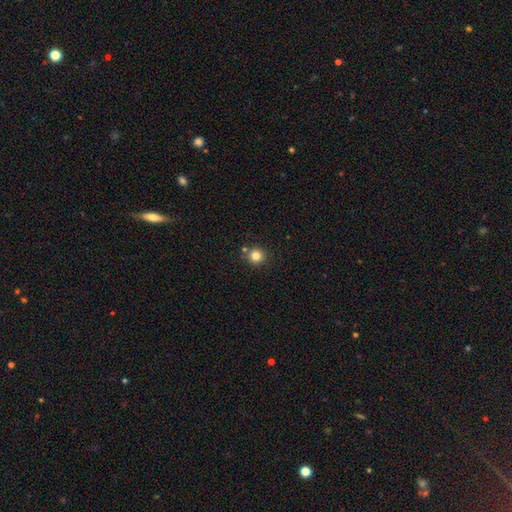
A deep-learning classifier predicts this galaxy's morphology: Smooth or featured: smooth — 82% (star or artifact — 12%)
How rounded: round — 93% (in between — 7%)
Merging: none — 81% (merger — 9%)